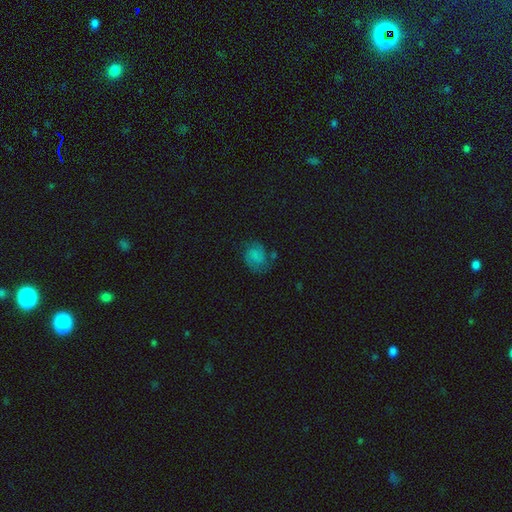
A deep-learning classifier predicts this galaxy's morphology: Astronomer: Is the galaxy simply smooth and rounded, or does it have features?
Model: smooth — 46% (runner-up: featured or disk, 42%).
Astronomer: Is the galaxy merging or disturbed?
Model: none — 62%.